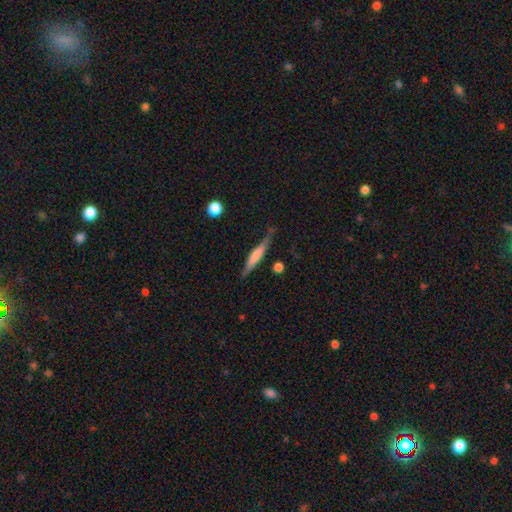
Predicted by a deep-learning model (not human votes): Smooth or featured? Predicted: smooth (p=0.49). Merging? Predicted: none (p=0.76).